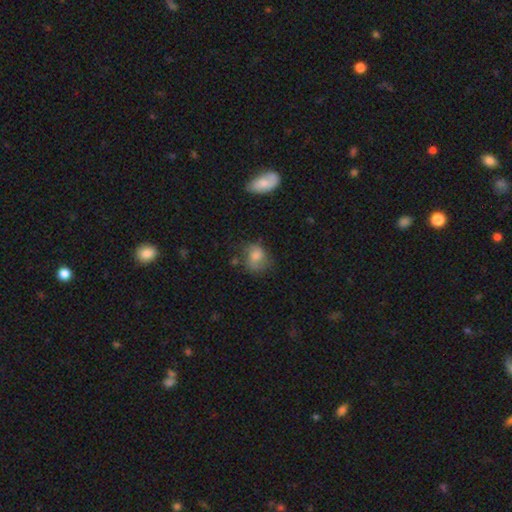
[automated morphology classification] Overall: smooth (61%; featured or disk 28%). How rounded: in between (52%; round 47%). Merging: none (51%; minor disturbance 29%).